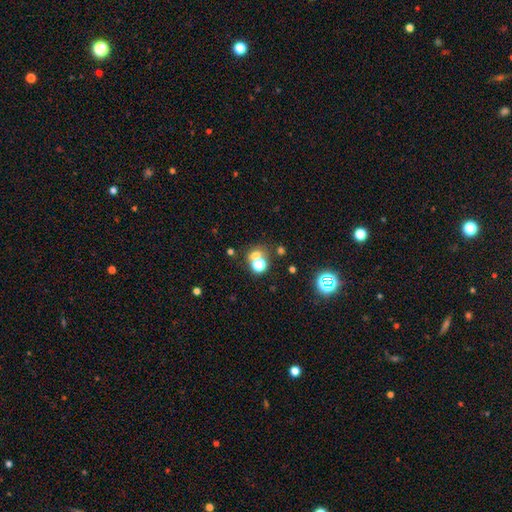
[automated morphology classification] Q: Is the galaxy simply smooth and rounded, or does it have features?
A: smooth — 54%.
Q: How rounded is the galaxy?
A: round — 73%.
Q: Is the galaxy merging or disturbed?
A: none — 55%.